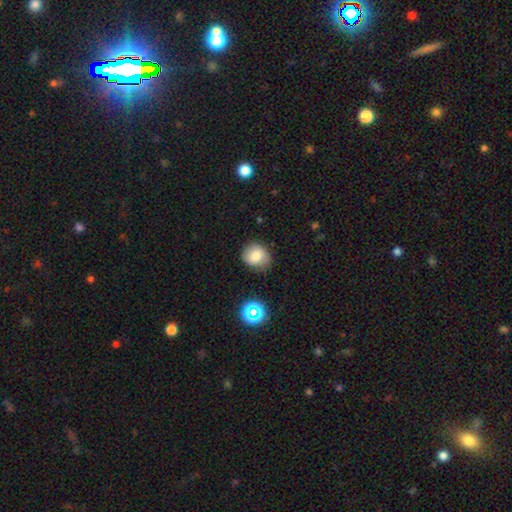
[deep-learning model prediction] smooth-or-featured: smooth: 75% | featured or disk: 13% | star or artifact: 12%
  how-rounded: round: 74% | in between: 25% | cigar-shaped: 1%
  merging: none: 72% | minor disturbance: 21% | major disturbance: 5% | merger: 2%